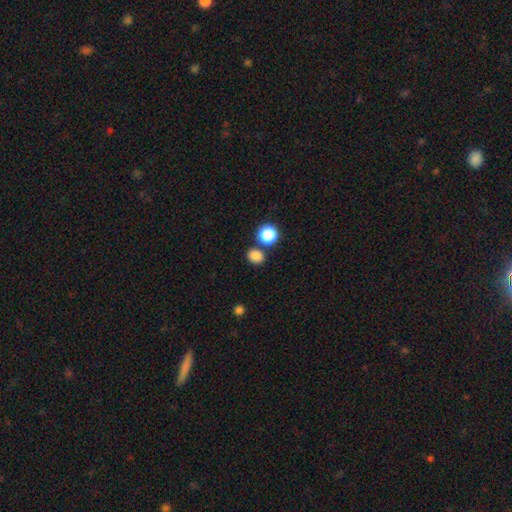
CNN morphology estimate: smooth 84%, star or artifact 12%, featured or disk 4%. Down the decision tree: how rounded — round (65%); merging — none (71%).